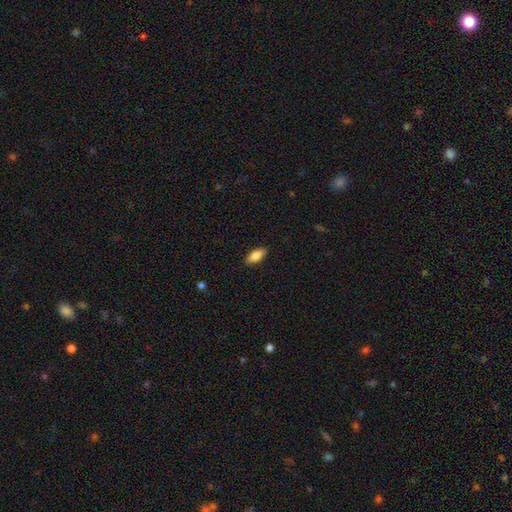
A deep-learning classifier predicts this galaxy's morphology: A smooth galaxy with no disk features (82%) that is in between round and cigar-shaped (84%).

Vote fractions:
- Smooth or featured? smooth: 82% / featured or disk: 11% / star or artifact: 6%
- How rounded? in between: 84% / cigar-shaped: 14% / round: 2%
- Merging? none: 89% / minor disturbance: 8% / major disturbance: 2% / merger: 1%